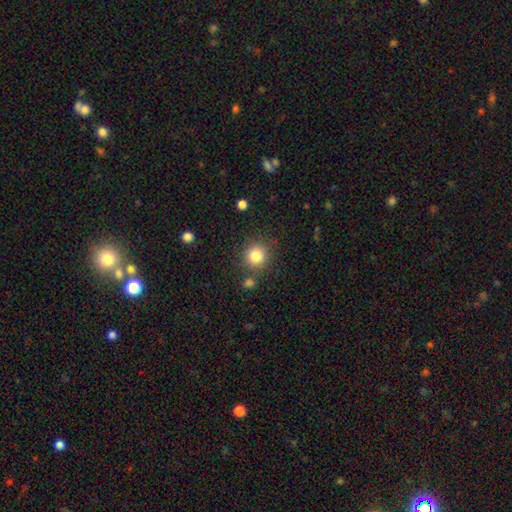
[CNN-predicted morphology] Smooth or featured? Predicted: smooth (p=0.83). How rounded? Predicted: round (p=0.92). Merging? Predicted: none (p=0.81).